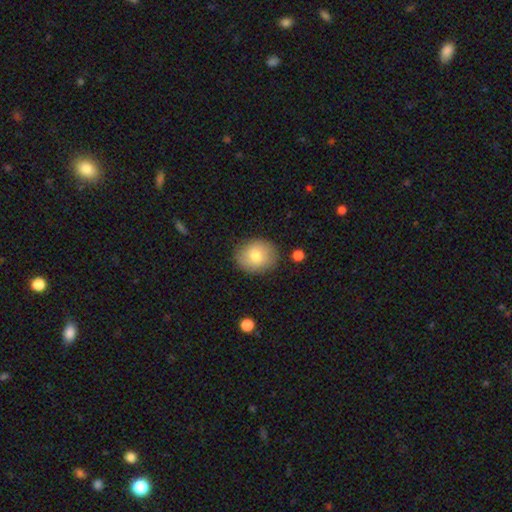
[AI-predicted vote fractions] Morphology: type=smooth (77%); roundness=round (63%); merging=none (83%).